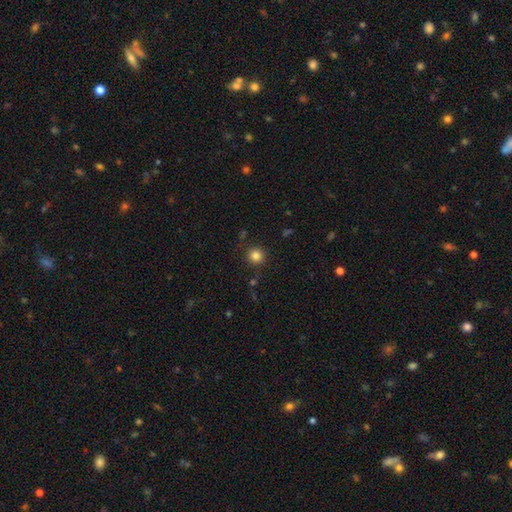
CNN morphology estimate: type=smooth (84%); roundness=round (94%); merging=none (89%).